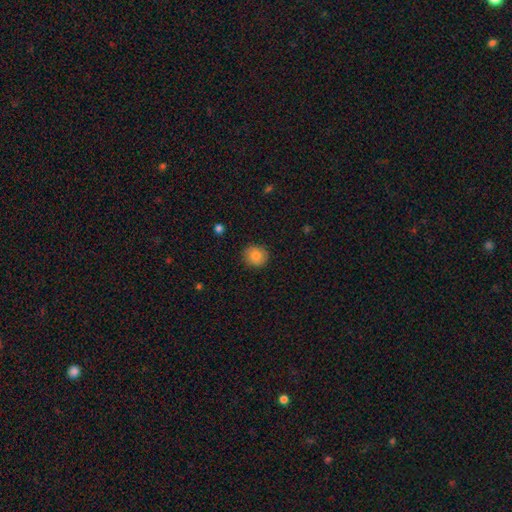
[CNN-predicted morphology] Smooth or featured: smooth — 83% (featured or disk — 9%)
How rounded: round — 86% (in between — 13%)
Merging: none — 89% (minor disturbance — 8%)